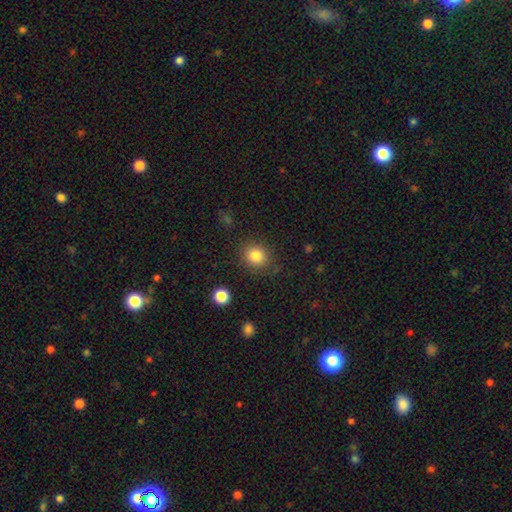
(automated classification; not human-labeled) Morphology: type=smooth (83%); roundness=round (80%); merging=none (84%).